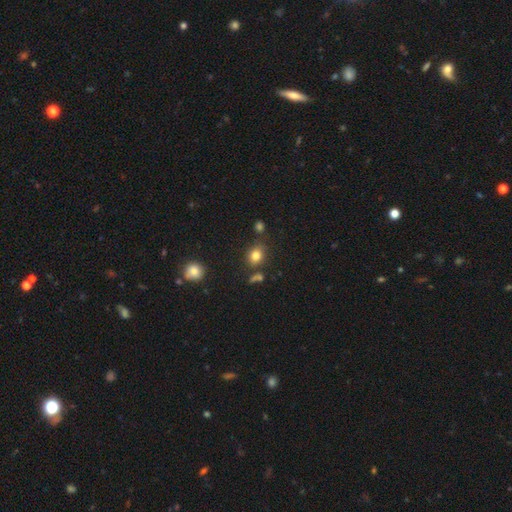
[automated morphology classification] smooth_or_featured: smooth (p=0.81) [alt: star or artifact p=0.13]
how_rounded: round (p=0.56) [alt: in between p=0.43]
merging: none (p=0.75) [alt: minor disturbance p=0.14]